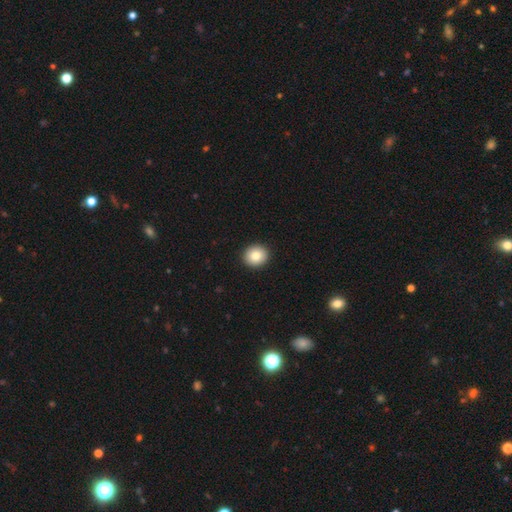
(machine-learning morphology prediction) This is clearly a smooth galaxy (82%). How rounded: clearly round (86%). Merging: clearly none (93%).